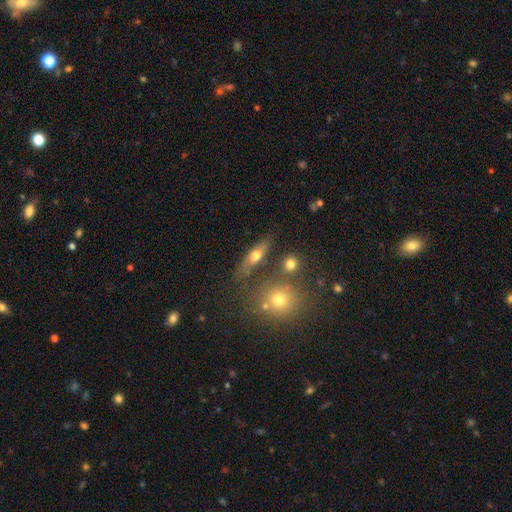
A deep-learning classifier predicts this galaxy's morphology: Overall: smooth (61%; featured or disk 28%). How rounded: in between (50%; cigar-shaped 38%). Merging: none (68%).